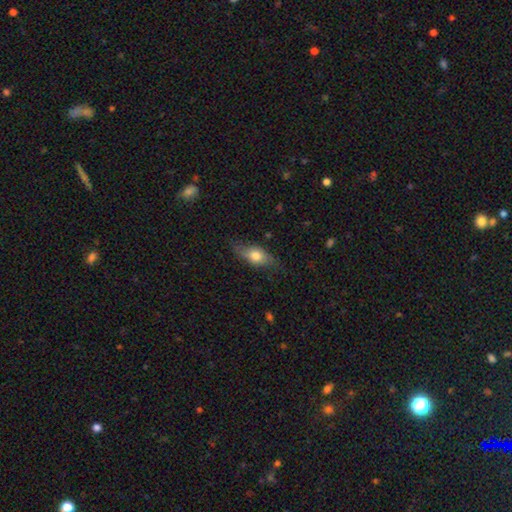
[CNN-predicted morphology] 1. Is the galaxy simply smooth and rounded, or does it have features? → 64% smooth, 29% featured or disk, 7% star or artifact.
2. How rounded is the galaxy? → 75% in between, 18% cigar-shaped, 8% round.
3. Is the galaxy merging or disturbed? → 72% none, 22% minor disturbance, 5% major disturbance, 1% merger.